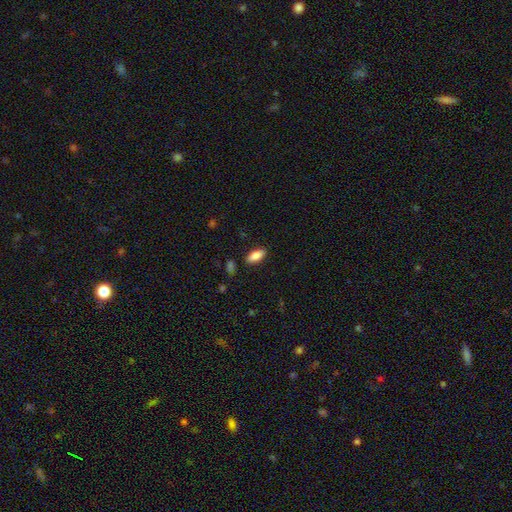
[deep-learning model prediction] Smooth or featured? smooth (83%)
How rounded? in between (82%)
Merging? none (86%)